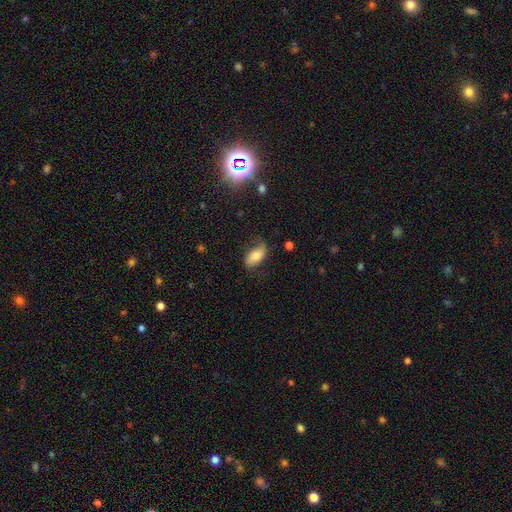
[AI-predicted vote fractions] smooth-or-featured: smooth: 63% | featured or disk: 29% | star or artifact: 8%
  how-rounded: in between: 91% | cigar-shaped: 5% | round: 4%
  merging: none: 61% | minor disturbance: 27% | major disturbance: 11% | merger: 2%